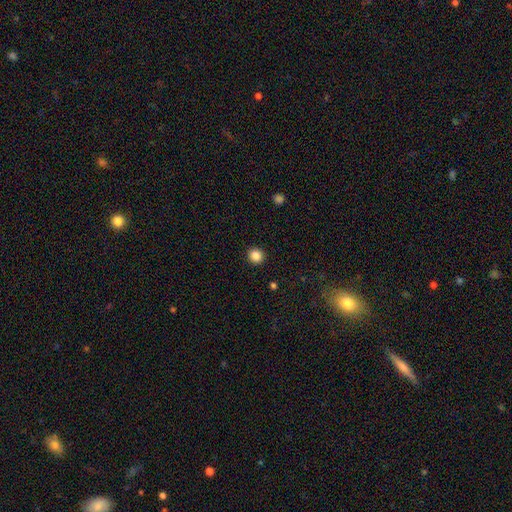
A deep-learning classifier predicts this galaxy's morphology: A smooth galaxy with no disk features (86%) that is round (89%). Merging: none (93%).